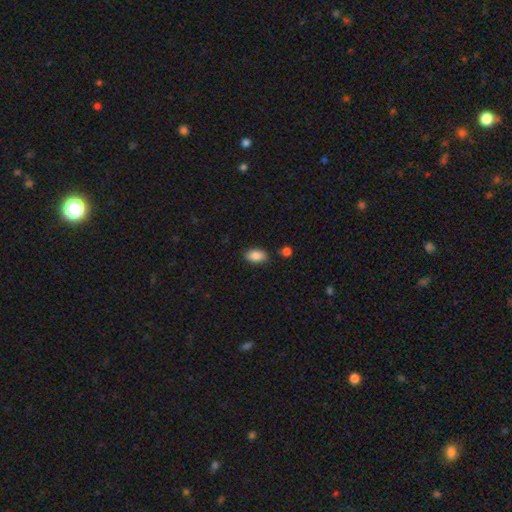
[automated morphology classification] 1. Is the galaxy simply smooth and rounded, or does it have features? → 87% smooth, 8% star or artifact, 5% featured or disk.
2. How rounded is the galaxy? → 91% in between, 7% round, 2% cigar-shaped.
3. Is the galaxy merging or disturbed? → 80% none, 14% minor disturbance, 3% merger, 3% major disturbance.